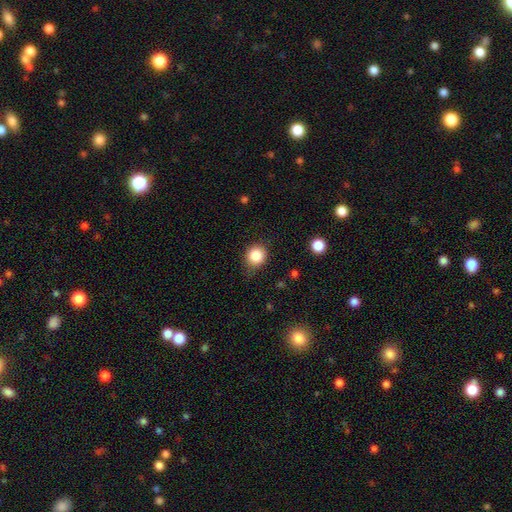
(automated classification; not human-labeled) Smooth or featured: smooth — 85% (star or artifact — 10%)
How rounded: round — 80% (in between — 19%)
Merging: none — 75% (minor disturbance — 19%)